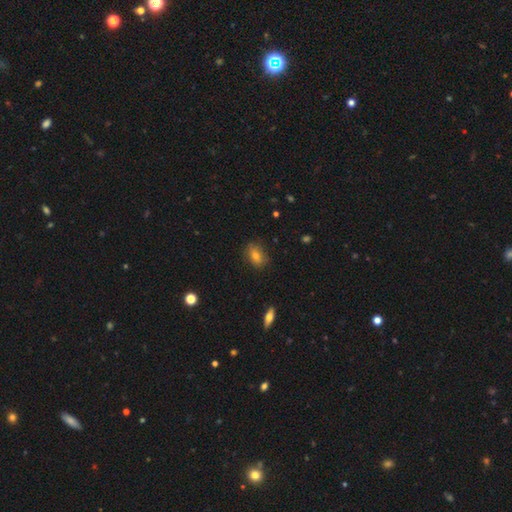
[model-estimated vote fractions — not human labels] Smooth or featured: smooth — 68% (featured or disk — 20%)
How rounded: in between — 74% (round — 23%)
Merging: none — 81% (minor disturbance — 14%)